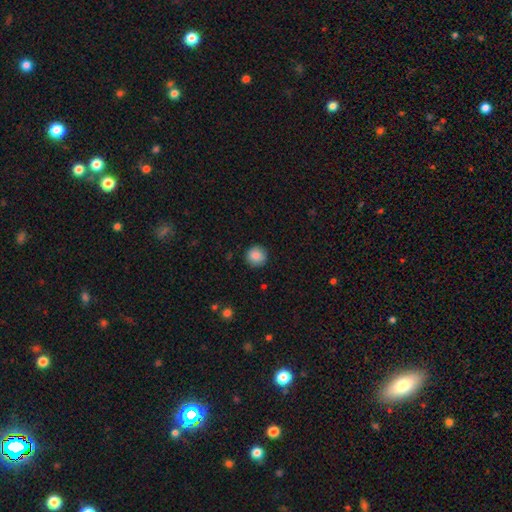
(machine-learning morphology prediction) Smooth or featured? smooth (88%)
How rounded? round (95%)
Merging? none (90%)